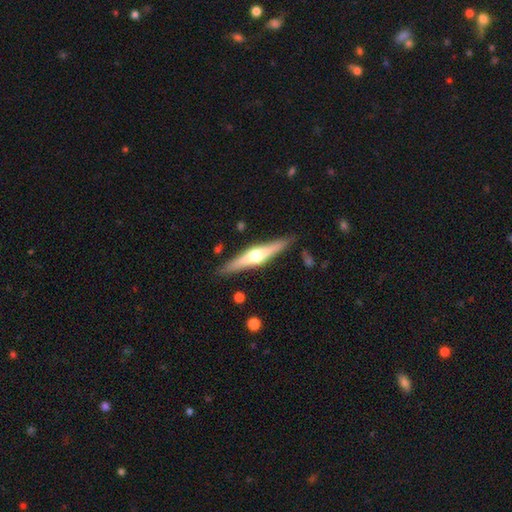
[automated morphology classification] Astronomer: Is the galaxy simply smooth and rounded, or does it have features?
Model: featured or disk — 68%.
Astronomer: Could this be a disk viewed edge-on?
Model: yes — 96%.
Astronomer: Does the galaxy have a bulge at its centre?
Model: rounded — 92%.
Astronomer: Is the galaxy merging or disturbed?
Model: none — 88%.